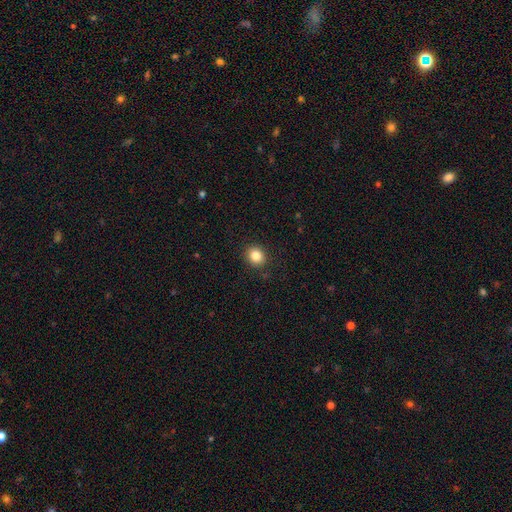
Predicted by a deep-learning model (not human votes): The model was most divided on "how rounded": round: 67%, in between: 32%, cigar-shaped: 1%. More confident: merging — none (89%); smooth or featured — smooth (85%).